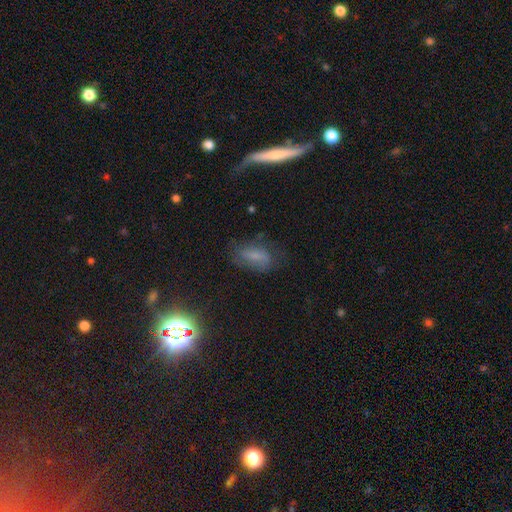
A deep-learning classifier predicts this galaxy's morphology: smooth 53%, featured or disk 29%, star or artifact 19%. Down the decision tree: how rounded — in between (84%); merging — none (56%).